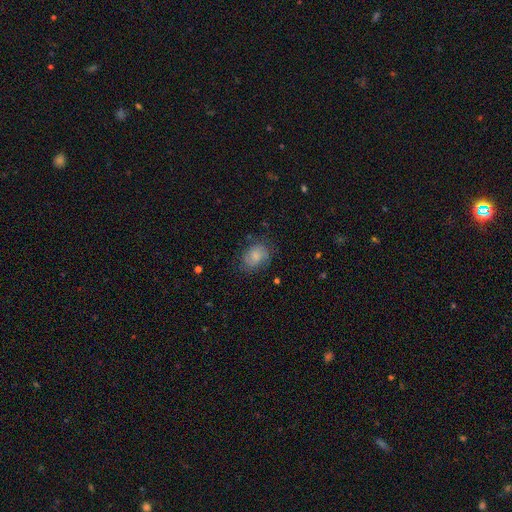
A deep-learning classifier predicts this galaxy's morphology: A smooth galaxy with no disk features (66%) that is in between round and cigar-shaped (63%).

Vote fractions:
- Smooth or featured? smooth: 66% / featured or disk: 26% / star or artifact: 9%
- How rounded? in between: 63% / round: 36% / cigar-shaped: 1%
- Merging? none: 69% / minor disturbance: 21% / major disturbance: 8% / merger: 1%